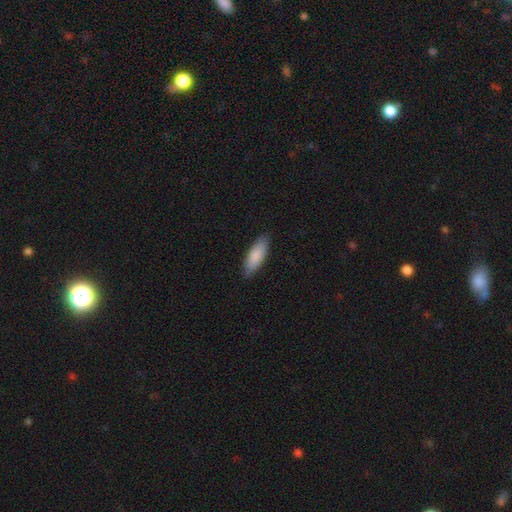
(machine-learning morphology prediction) Smooth or featured? Predicted: smooth (p=0.85). How rounded? Predicted: in between (p=0.61). Merging? Predicted: none (p=0.86).